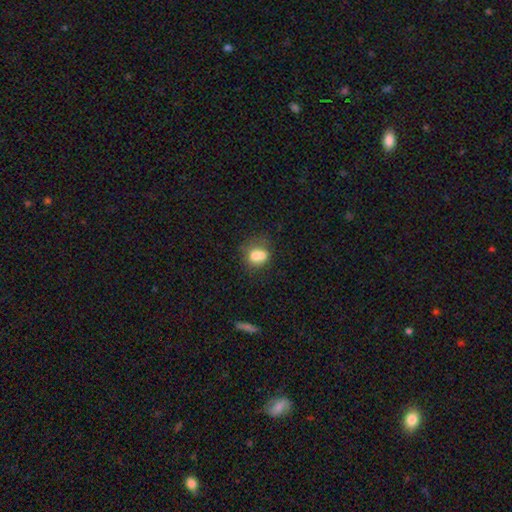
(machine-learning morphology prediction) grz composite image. It shows a smooth galaxy with no disk features (73%) that is round (50%). Merging: none (40%).